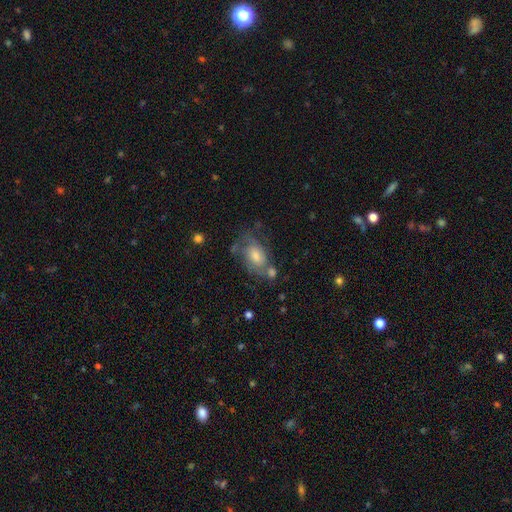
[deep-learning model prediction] This is possibly a featured or disk galaxy (50%). Merging: possibly none (51%).